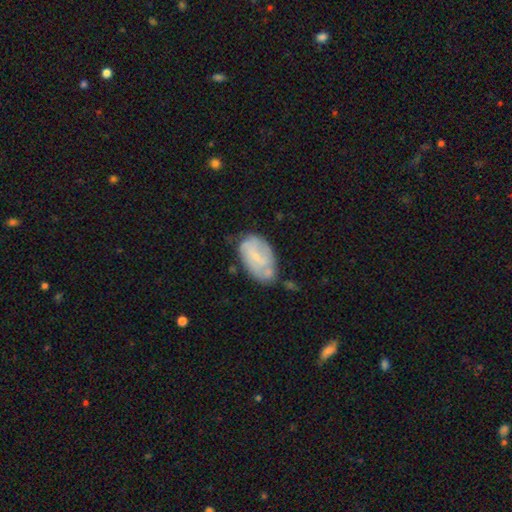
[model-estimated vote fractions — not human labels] The model was most divided on "smooth or featured": featured or disk: 52%, smooth: 42%, star or artifact: 7%. Remaining: edge-on disk — no (96%); merging — none (49%).